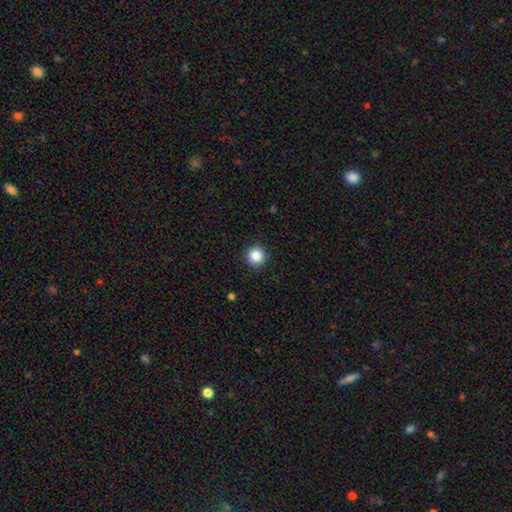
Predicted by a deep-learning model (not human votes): Smooth or featured? smooth (85%)
How rounded? round (95%)
Merging? none (93%)